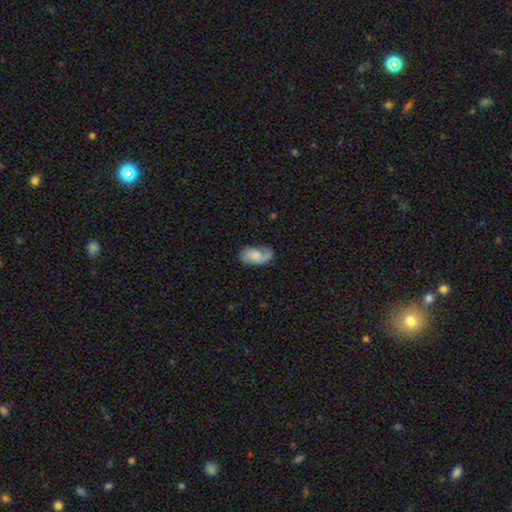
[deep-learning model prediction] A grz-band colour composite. It shows a smooth galaxy with no disk features (61%) that is in between round and cigar-shaped (93%). Merging: none (51%).